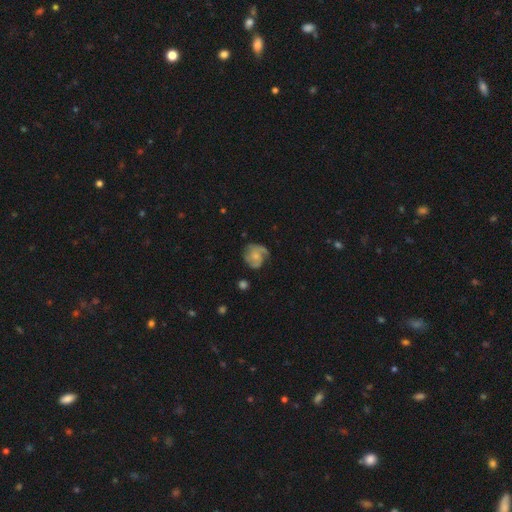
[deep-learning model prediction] smooth-or-featured: featured or disk: 67% | smooth: 26% | star or artifact: 7%
  disk-edge-on: no: 98% | yes: 2%
    bar: no: 71% | weak: 25% | strong: 3%
    has-spiral-arms: yes: 90% | no: 10%
      spiral-winding: medium: 45% | tight: 34% | loose: 21%
      spiral-arm-count: 2: 38% | 3: 28% | can't tell: 17% | 1: 11% | 4: 4% | more than 4: 3%
    bulge-size: small: 52% | moderate: 30% | none: 14% | large: 3% | dominant: 1%
  merging: none: 60% | minor disturbance: 24% | major disturbance: 14% | merger: 2%